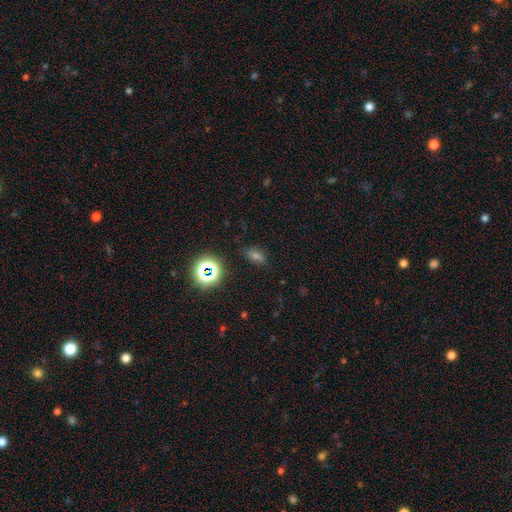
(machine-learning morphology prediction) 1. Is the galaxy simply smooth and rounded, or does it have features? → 60% smooth, 31% star or artifact, 9% featured or disk.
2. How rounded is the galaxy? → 75% in between, 21% round, 4% cigar-shaped.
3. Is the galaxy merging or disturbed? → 79% none, 14% minor disturbance, 4% major disturbance, 3% merger.